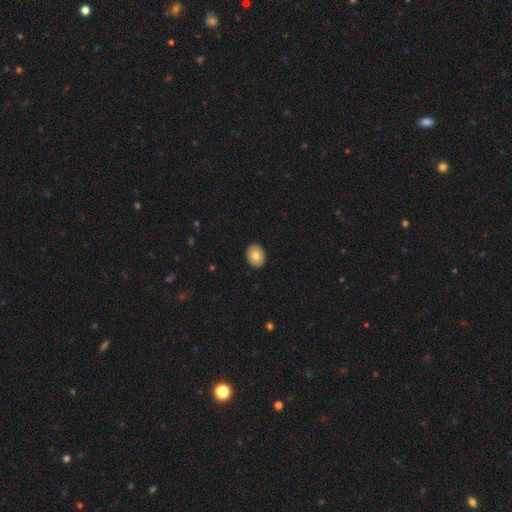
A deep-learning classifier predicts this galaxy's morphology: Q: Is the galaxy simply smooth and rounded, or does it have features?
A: smooth — 74%.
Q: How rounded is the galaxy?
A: round — 55%.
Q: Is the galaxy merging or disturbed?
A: none — 92%.